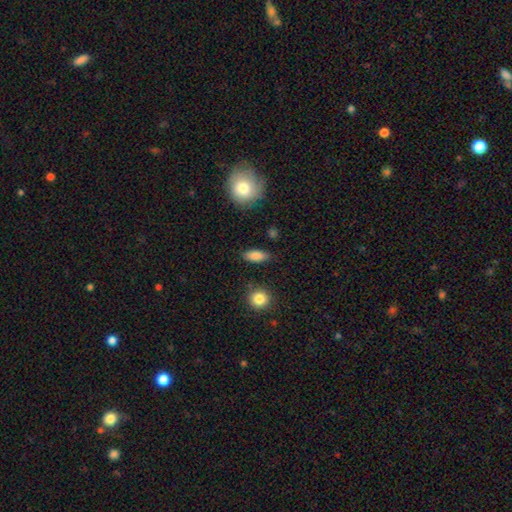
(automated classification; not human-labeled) A smooth galaxy with no disk features (84%) that is in between round and cigar-shaped (82%).

Vote fractions:
- Smooth or featured? smooth: 84% / star or artifact: 8% / featured or disk: 8%
- How rounded? in between: 82% / cigar-shaped: 14% / round: 5%
- Merging? none: 85% / minor disturbance: 11% / major disturbance: 3% / merger: 2%